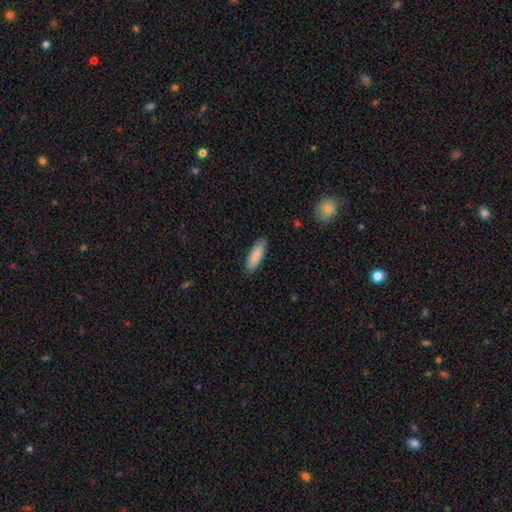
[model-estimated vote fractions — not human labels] Smooth or featured: smooth — 86% (featured or disk — 9%)
How rounded: in between — 49% (tied with cigar-shaped — 49%)
Merging: none — 87% (minor disturbance — 10%)